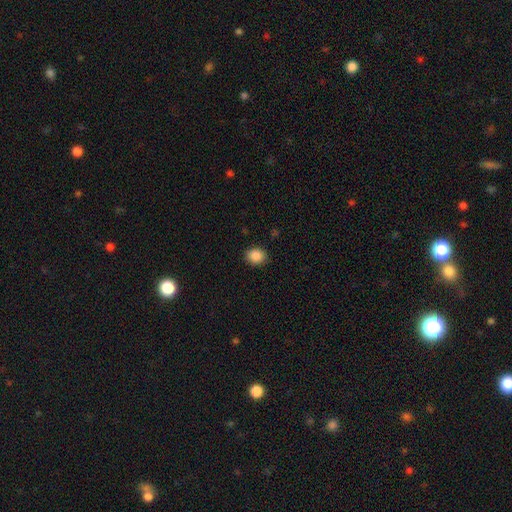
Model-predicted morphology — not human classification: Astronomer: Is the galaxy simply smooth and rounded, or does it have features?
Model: smooth — 88%.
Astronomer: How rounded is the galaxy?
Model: round — 63%.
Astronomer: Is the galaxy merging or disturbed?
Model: none — 89%.